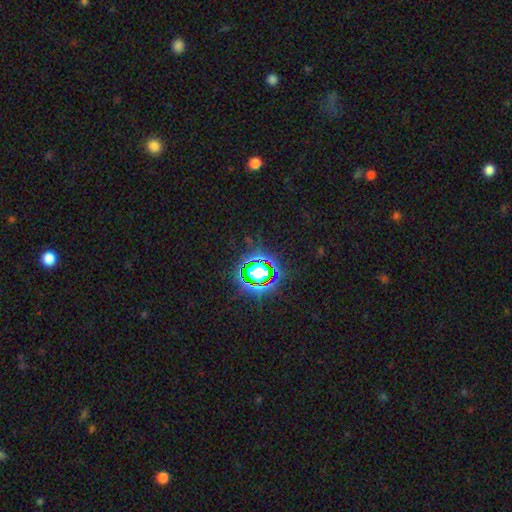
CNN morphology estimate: smooth_or_featured: star or artifact (p=0.78) [alt: smooth p=0.14]